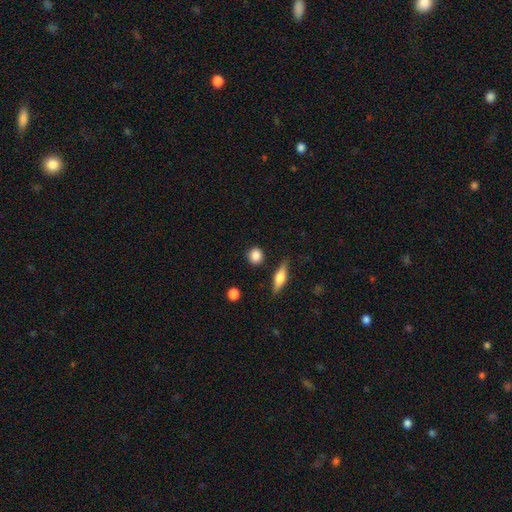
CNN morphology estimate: This appears to be a smooth galaxy with no disk features (85%) that is round (82%). Merging: none (86%).